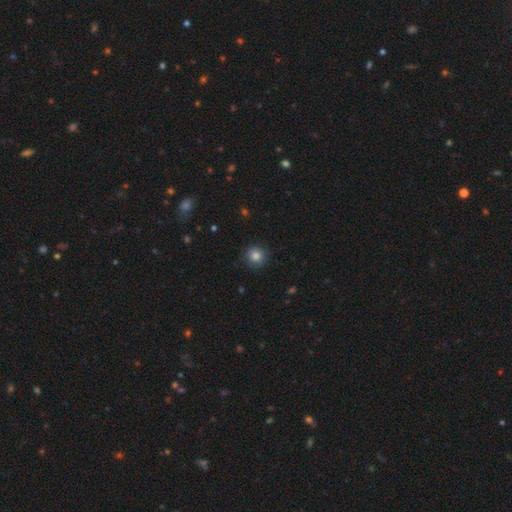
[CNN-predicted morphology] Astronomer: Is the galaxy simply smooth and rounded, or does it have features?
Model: smooth — 84%.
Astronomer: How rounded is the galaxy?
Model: round — 93%.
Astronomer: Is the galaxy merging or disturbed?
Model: none — 88%.